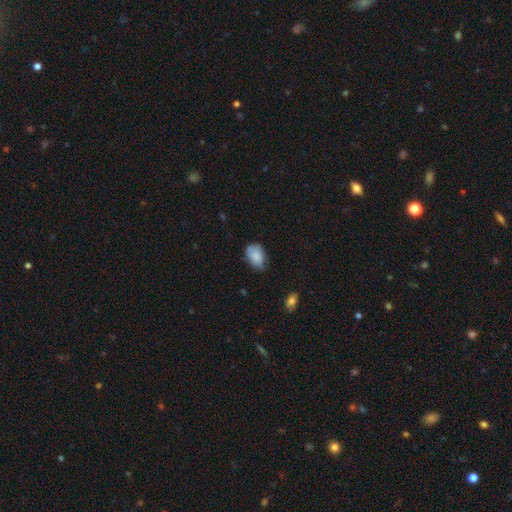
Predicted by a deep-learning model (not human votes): Morphology: type=smooth (84%); roundness=in between (87%); merging=none (54%).